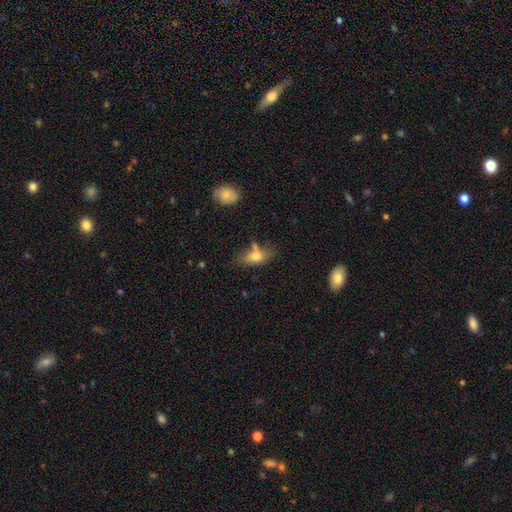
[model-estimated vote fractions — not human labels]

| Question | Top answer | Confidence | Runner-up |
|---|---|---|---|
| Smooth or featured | smooth | 70% | featured or disk (21%) |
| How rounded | in between | 79% | cigar-shaped (15%) |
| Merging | none | 51% | minor disturbance (23%) |